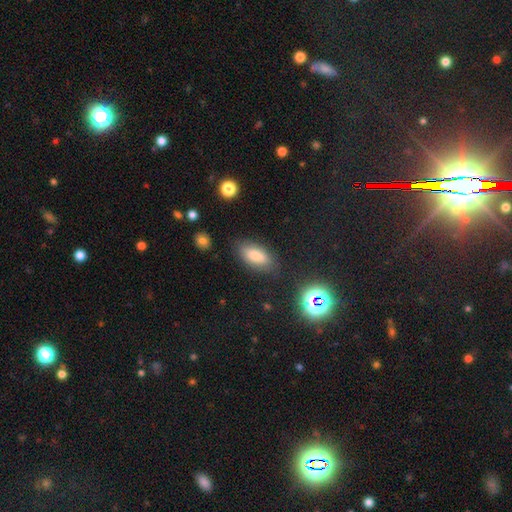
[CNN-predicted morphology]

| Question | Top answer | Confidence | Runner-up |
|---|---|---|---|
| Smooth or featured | smooth | 78% | featured or disk (11%) |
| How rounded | in between | 90% | cigar-shaped (6%) |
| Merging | none | 80% | minor disturbance (13%) |